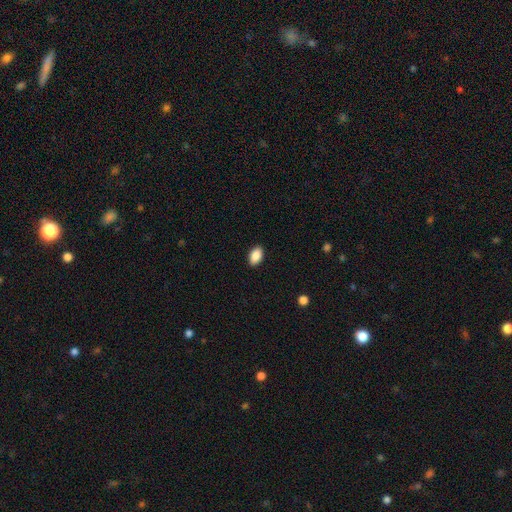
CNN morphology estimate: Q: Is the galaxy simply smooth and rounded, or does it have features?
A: smooth — 89%.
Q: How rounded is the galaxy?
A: in between — 92%.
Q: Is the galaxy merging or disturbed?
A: none — 90%.